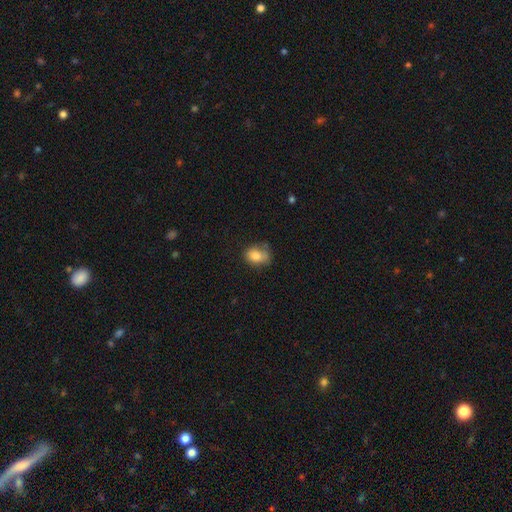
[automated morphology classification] Smooth or featured: smooth — 82% (star or artifact — 9%)
How rounded: in between — 64% (round — 34%)
Merging: none — 47% (minor disturbance — 34%)